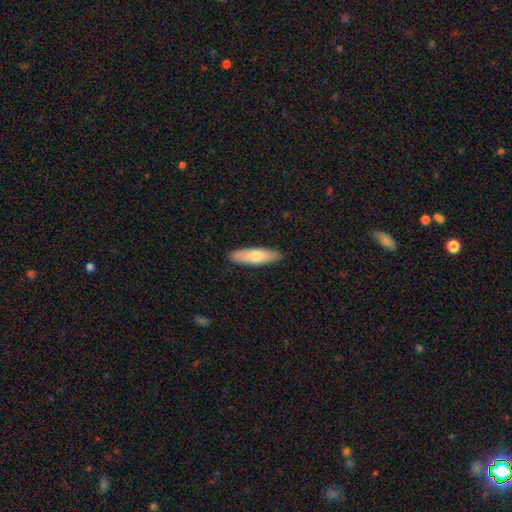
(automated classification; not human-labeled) Overall: smooth (74%). How rounded: cigar-shaped (61%; in between 37%). Merging: none (90%).